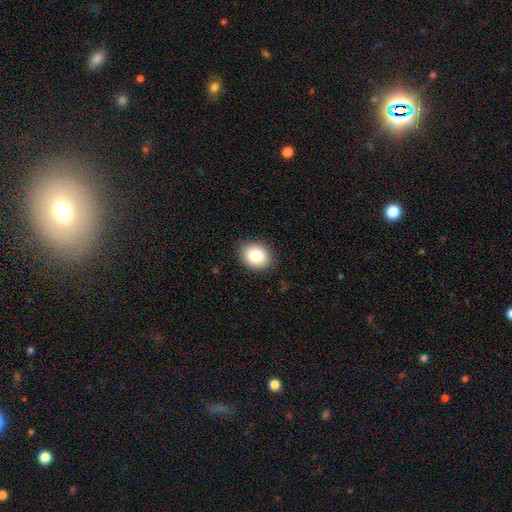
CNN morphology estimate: Smooth or featured? smooth (83%)
How rounded? in between (53%)
Merging? none (87%)